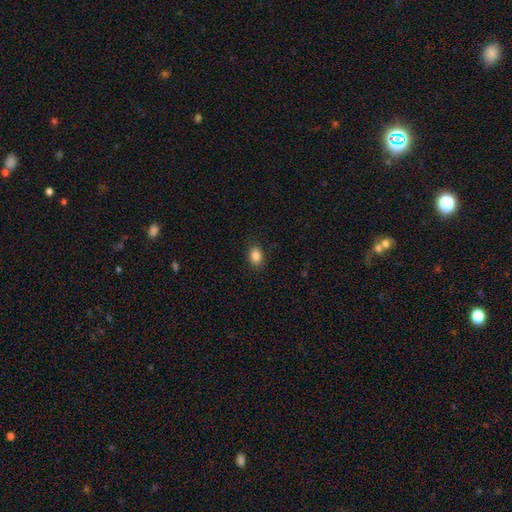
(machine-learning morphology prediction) The model was most divided on "how rounded": in between: 74%, round: 25%, cigar-shaped: 1%. More confident: smooth or featured — smooth (87%); merging — none (86%).